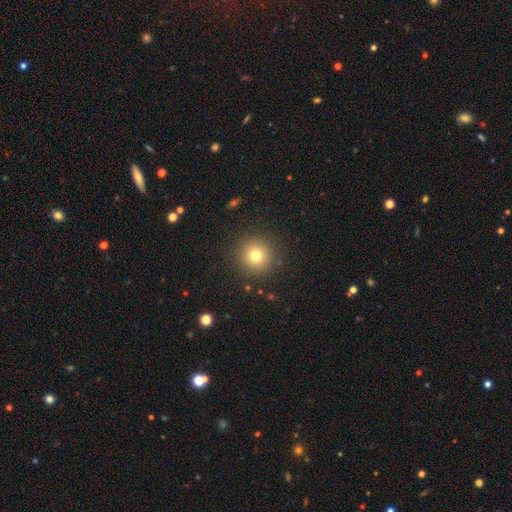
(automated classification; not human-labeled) smooth-or-featured: smooth: 76% | star or artifact: 14% | featured or disk: 10%
  how-rounded: round: 95% | in between: 4% | cigar-shaped: 1%
  merging: none: 90% | minor disturbance: 6% | major disturbance: 3% | merger: 1%